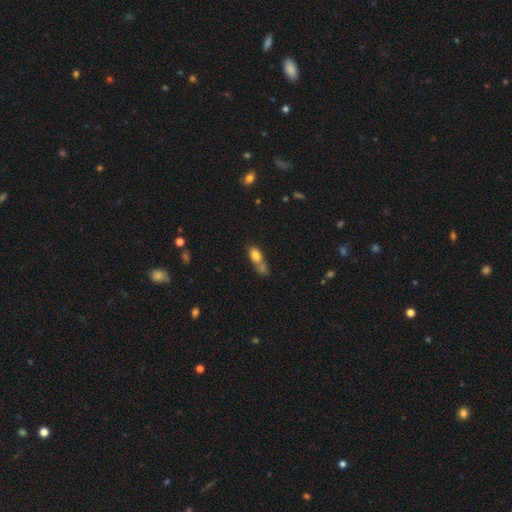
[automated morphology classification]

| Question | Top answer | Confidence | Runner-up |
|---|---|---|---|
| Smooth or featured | smooth | 76% | featured or disk (14%) |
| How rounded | in between | 70% | round (15%) |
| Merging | merger | 53% | none (23%) |